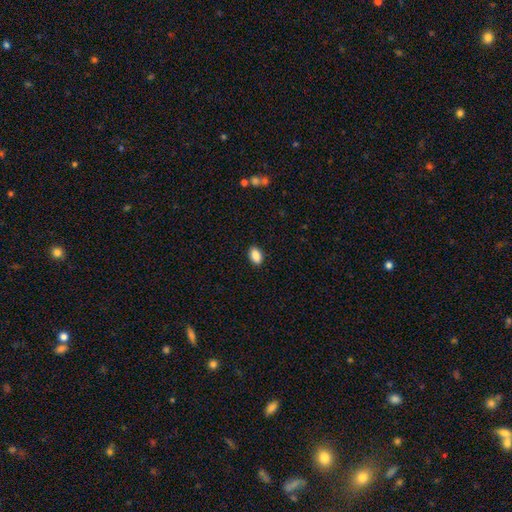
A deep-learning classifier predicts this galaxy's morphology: The model was most divided on "smooth or featured": smooth: 88%, star or artifact: 8%, featured or disk: 4%. More confident: how rounded — in between (90%); merging — none (89%).